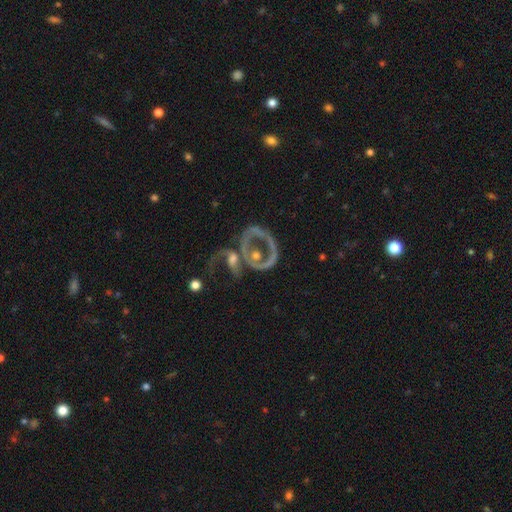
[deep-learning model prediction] smooth_or_featured: featured or disk (p=0.76) [alt: smooth p=0.15]
disk_edge_on: no (p=0.95) [alt: yes p=0.05]
bar: no (p=0.74) [alt: weak p=0.16]
has_spiral_arms: no (p=0.60) [alt: yes p=0.40]
bulge_size: moderate (p=0.52) [alt: small p=0.29]
merging: merger (p=0.43) [alt: none p=0.24]